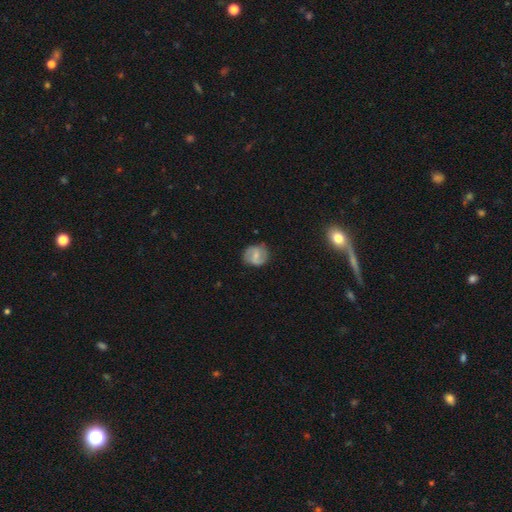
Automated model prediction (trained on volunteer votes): Smooth or featured?
  - featured or disk: 59% *
  - smooth: 34%
  - star or artifact: 7%
Edge-on disk?
  - no: 97% *
  - yes: 3%
Bar?
  - weak: 52% *
  - strong: 27%
  - no: 21%
Spiral arms?
  - yes: 84% *
  - no: 16%
Bulge size?
  - small: 52% *
  - moderate: 33%
  - none: 12%
  - large: 2%
  - dominant: 1%
Merging?
  - none: 81% *
  - minor disturbance: 14%
  - major disturbance: 4%
  - merger: 1%